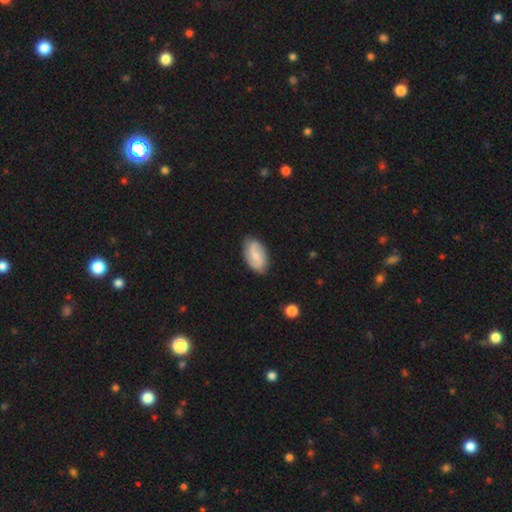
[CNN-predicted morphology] Smooth or featured: featured or disk — 55% (smooth — 39%)
Edge-on disk: no — 96% (yes — 4%)
Bar: weak — 49% (no — 40%)
Spiral arms: yes — 87% (no — 13%)
Bulge size: small — 53% (moderate — 37%)
Merging: none — 82% (minor disturbance — 14%)